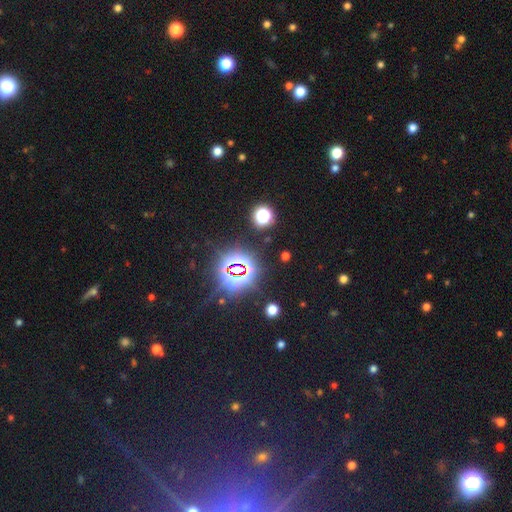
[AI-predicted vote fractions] Smooth or featured? star or artifact (81%)